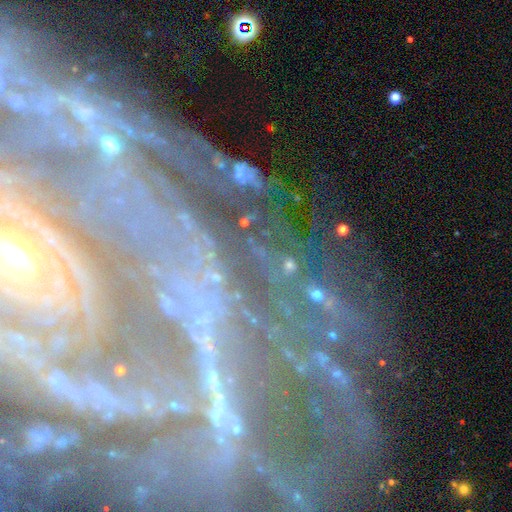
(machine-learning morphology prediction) smooth_or_featured: featured or disk (p=0.74) [alt: star or artifact p=0.17]
disk_edge_on: no (p=0.93) [alt: yes p=0.07]
bar: no (p=0.39) [alt: strong p=0.37]
has_spiral_arms: yes (p=0.92) [alt: no p=0.08]
spiral_winding: tight (p=0.73) [alt: medium p=0.20]
spiral_arm_count: can't tell (p=0.26) [alt: 2 p=0.18]
bulge_size: small (p=0.56) [alt: moderate p=0.30]
merging: none (p=0.69) [alt: minor disturbance p=0.15]